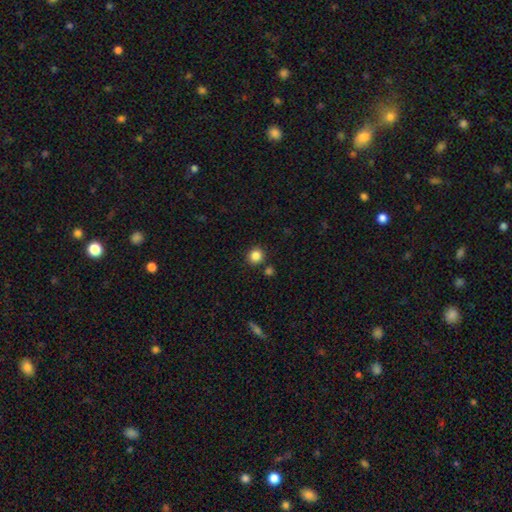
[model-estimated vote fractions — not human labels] Smooth or featured? Predicted: smooth (p=0.84). How rounded? Predicted: round (p=0.92). Merging? Predicted: none (p=0.86).